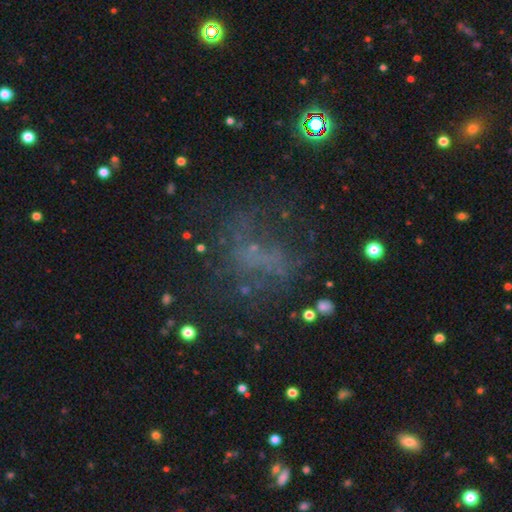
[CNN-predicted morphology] Smooth or featured: featured or disk — 37% (star or artifact — 34%)
Merging: none — 51% (major disturbance — 27%)